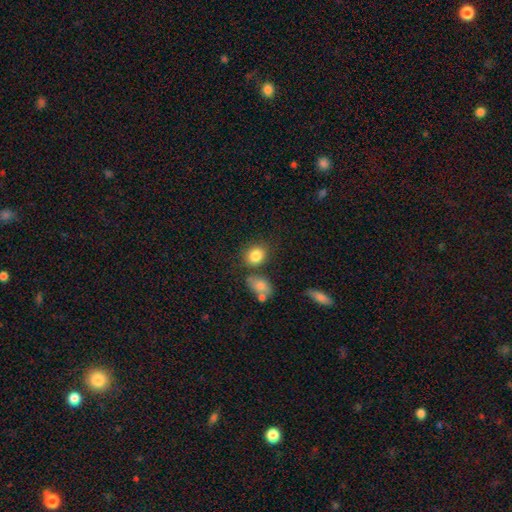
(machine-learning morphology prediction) Q: Smooth or featured?
A: smooth (84%); runner-up: star or artifact (9%)
Q: How rounded?
A: round (55%); runner-up: in between (43%)
Q: Merging?
A: none (69%); runner-up: minor disturbance (14%)